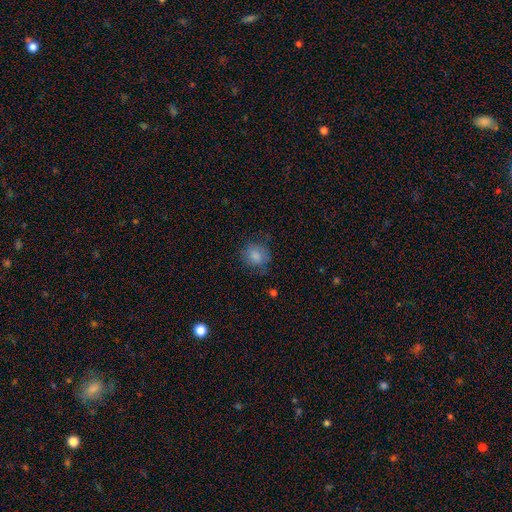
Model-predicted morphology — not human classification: Overall: smooth (83%). How rounded: round (78%). Merging: none (74%).